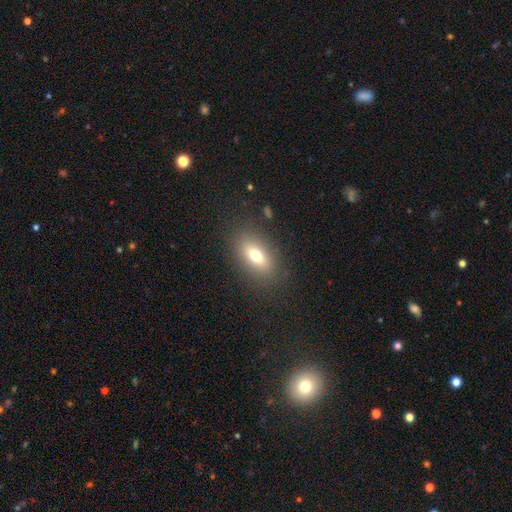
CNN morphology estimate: smooth 69%, featured or disk 20%, star or artifact 11%. Down the decision tree: how rounded — in between (81%); merging — none (85%).